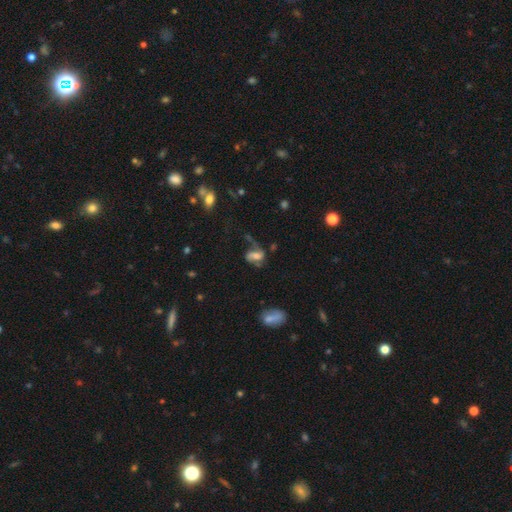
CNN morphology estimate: featured or disk 56%, smooth 31%, star or artifact 12%. Down the decision tree: edge-on disk — no (95%); bar — no (42%); spiral arms — yes (78%); bulge size — moderate (41%); merging — none (38%).